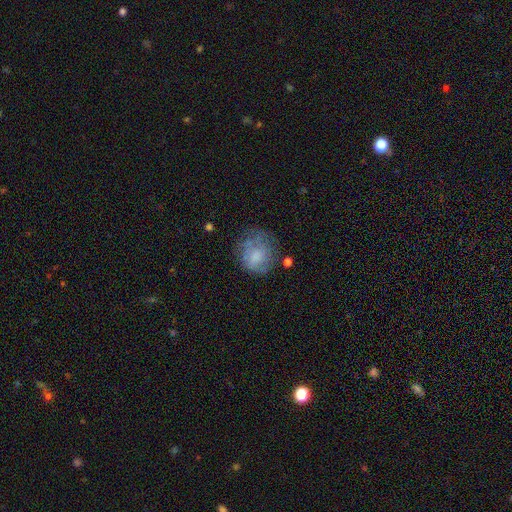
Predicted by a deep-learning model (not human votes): Morphology: type=smooth (60%); roundness=round (74%); merging=none (49%).